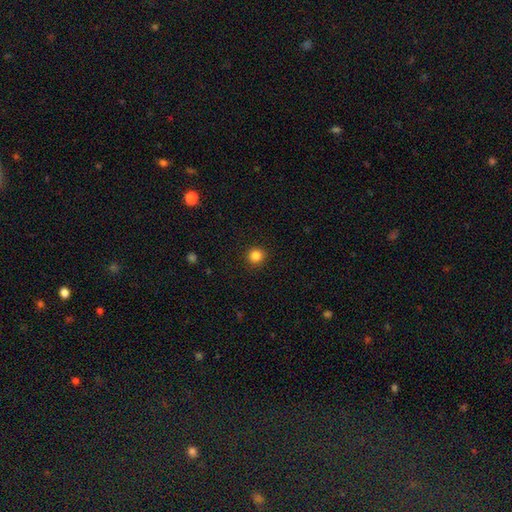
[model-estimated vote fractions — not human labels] A smooth galaxy with no disk features (84%) that is round (94%).

Vote fractions:
- Smooth or featured? smooth: 84% / star or artifact: 11% / featured or disk: 4%
- How rounded? round: 94% / in between: 5% / cigar-shaped: 1%
- Merging? none: 92% / minor disturbance: 5% / major disturbance: 2% / merger: 1%